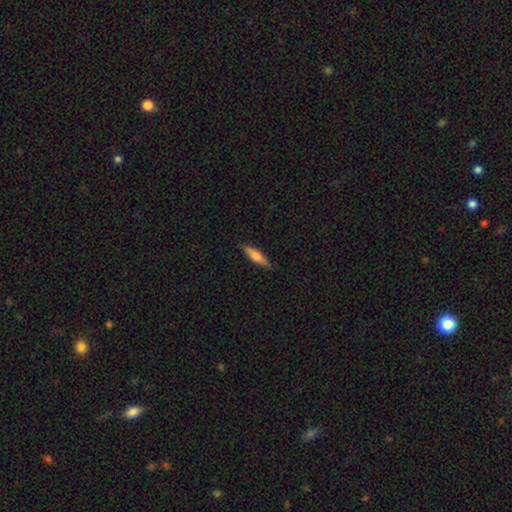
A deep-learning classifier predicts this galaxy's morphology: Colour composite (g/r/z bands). It shows a smooth galaxy with no disk features (54%) that is cigar-shaped (74%). Merging: none (87%).